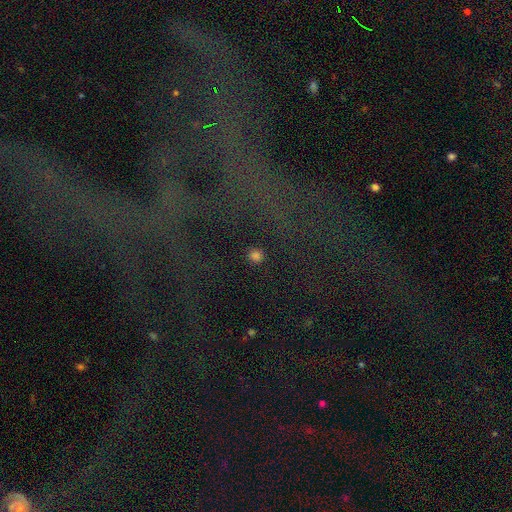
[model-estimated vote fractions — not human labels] This appears to be a smooth galaxy with no disk features (80%) that is round (93%). Merging: none (91%).